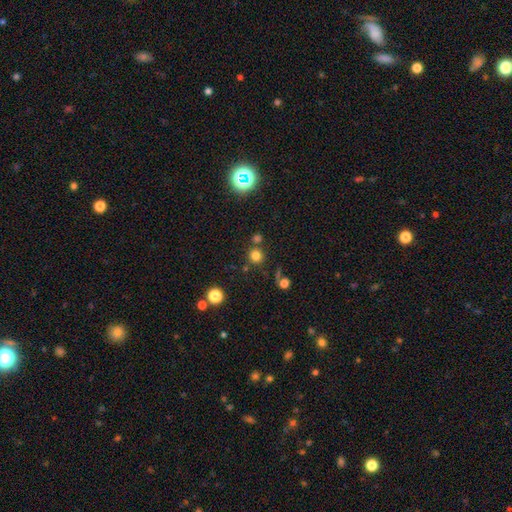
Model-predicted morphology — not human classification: A smooth galaxy with no disk features (74%) that is round (91%).

Vote fractions:
- Smooth or featured? smooth: 74% / star or artifact: 19% / featured or disk: 7%
- How rounded? round: 91% / in between: 8% / cigar-shaped: 1%
- Merging? none: 76% / merger: 13% / minor disturbance: 8% / major disturbance: 4%